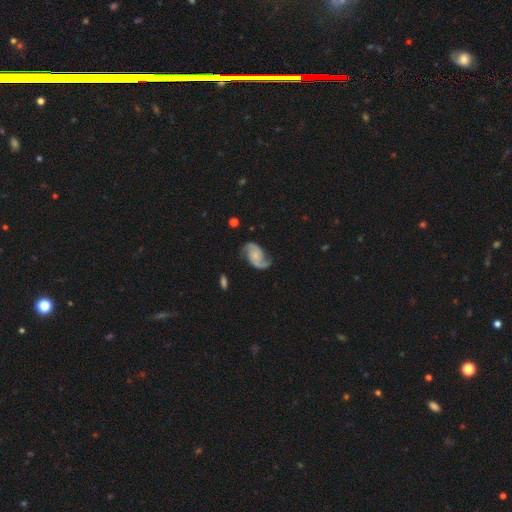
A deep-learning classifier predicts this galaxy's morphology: This appears to be a featured or disk galaxy (87%) with no bar (69%), 2 (91%) medium (48%) spiral arms (97%) and a small central bulge (57%). Merging: none (73%).